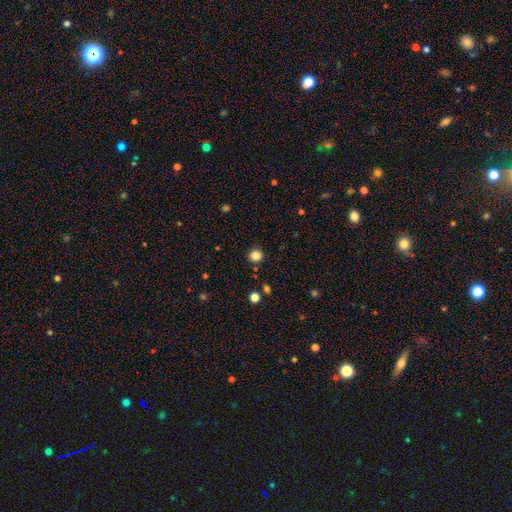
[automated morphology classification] Smooth or featured? Predicted: smooth (p=0.83). How rounded? Predicted: round (p=0.93). Merging? Predicted: none (p=0.91).